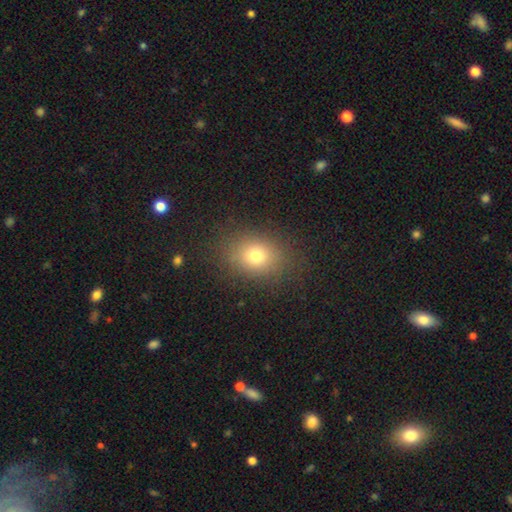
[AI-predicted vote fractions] Smooth or featured?
  - smooth: 74% *
  - star or artifact: 16%
  - featured or disk: 11%
How rounded?
  - round: 52% *
  - in between: 47%
  - cigar-shaped: 1%
Merging?
  - none: 85% *
  - minor disturbance: 10%
  - major disturbance: 5%
  - merger: 1%